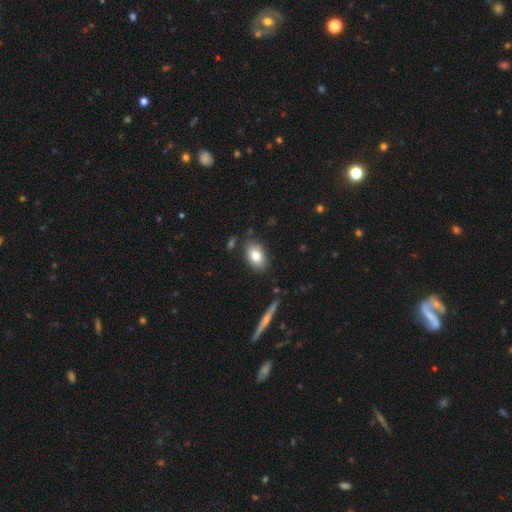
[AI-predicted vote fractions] Smooth or featured?
  - smooth: 78% *
  - featured or disk: 14%
  - star or artifact: 8%
How rounded?
  - in between: 86% *
  - round: 12%
  - cigar-shaped: 2%
Merging?
  - none: 83% *
  - minor disturbance: 11%
  - merger: 3%
  - major disturbance: 3%